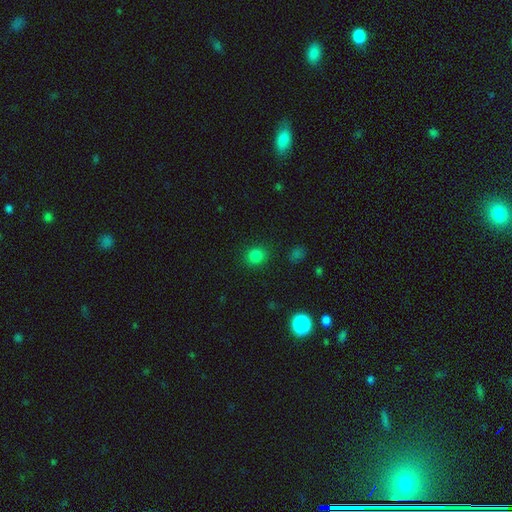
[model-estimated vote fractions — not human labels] Smooth or featured?
  - smooth: 81% *
  - star or artifact: 15%
  - featured or disk: 4%
How rounded?
  - round: 82% *
  - in between: 18%
  - cigar-shaped: 1%
Merging?
  - none: 88% *
  - minor disturbance: 7%
  - major disturbance: 3%
  - merger: 2%